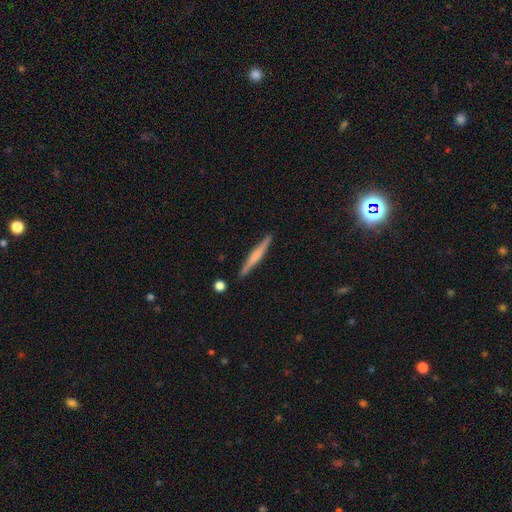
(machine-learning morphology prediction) Q: Smooth or featured?
A: featured or disk (51%); runner-up: smooth (44%)
Q: Edge-on disk?
A: yes (97%); runner-up: no (3%)
Q: Merging?
A: none (89%); runner-up: minor disturbance (7%)